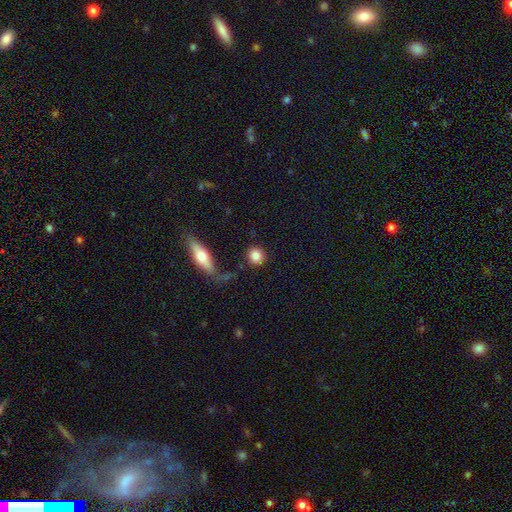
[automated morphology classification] smooth 84%, featured or disk 8%, star or artifact 8%. Down the decision tree: how rounded — round (87%); merging — none (80%).